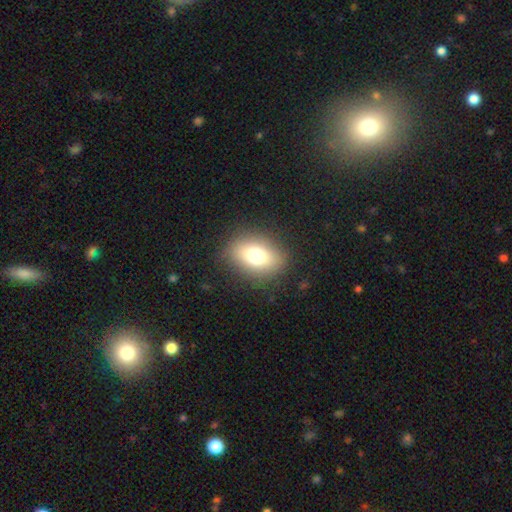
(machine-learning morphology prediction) smooth-or-featured: smooth: 73% | featured or disk: 14% | star or artifact: 13%
  how-rounded: in between: 68% | round: 30% | cigar-shaped: 2%
  merging: none: 86% | minor disturbance: 9% | major disturbance: 4% | merger: 1%